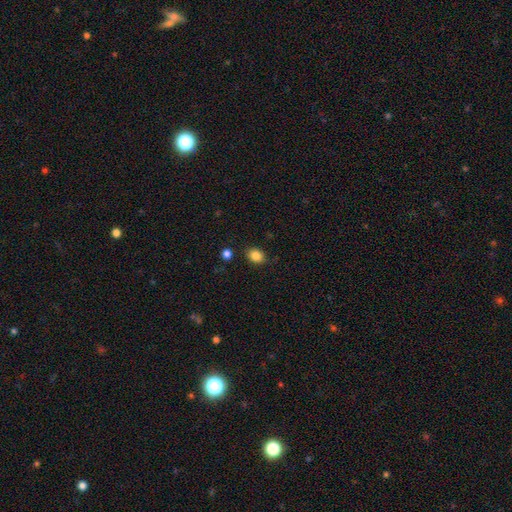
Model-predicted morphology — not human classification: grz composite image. It shows a smooth galaxy with no disk features (85%) that is in between round and cigar-shaped (55%). Merging: none (83%).